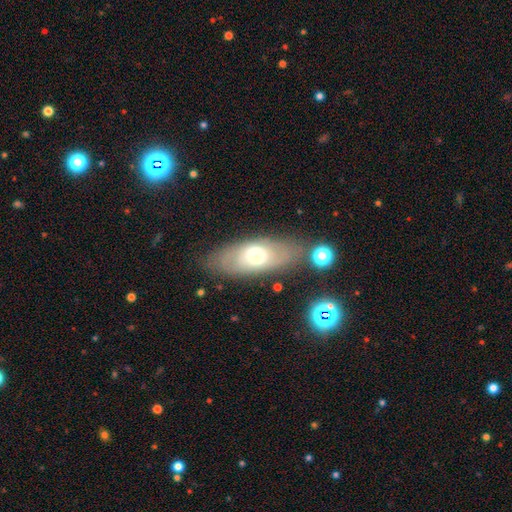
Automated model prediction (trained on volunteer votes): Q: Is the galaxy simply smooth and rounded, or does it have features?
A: smooth — 49%.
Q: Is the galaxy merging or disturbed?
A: none — 75%.